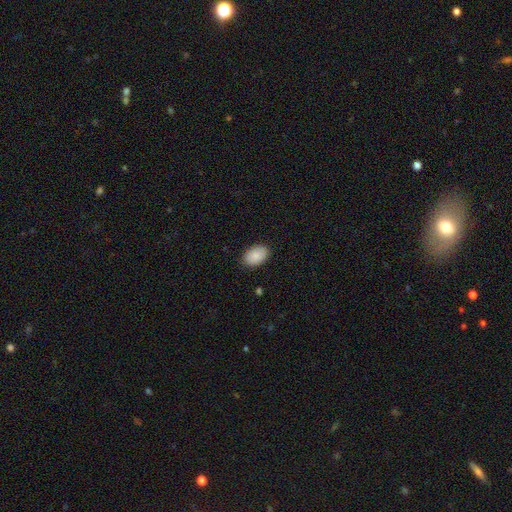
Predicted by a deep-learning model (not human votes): Smooth or featured: smooth — 89% (star or artifact — 6%)
How rounded: in between — 87% (round — 12%)
Merging: none — 87% (minor disturbance — 9%)